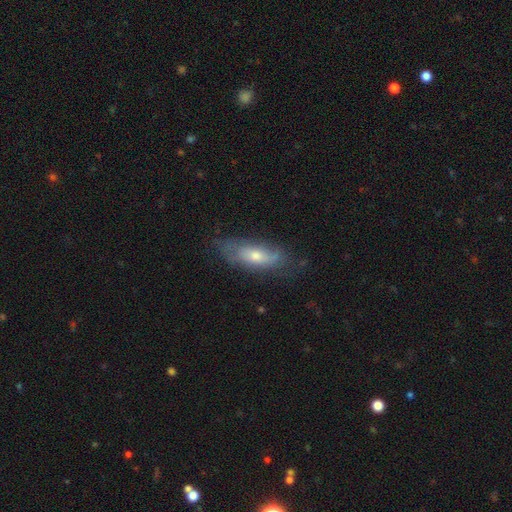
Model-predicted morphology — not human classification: Smooth or featured? smooth (50%)
How rounded? in between (64%)
Merging? none (64%)